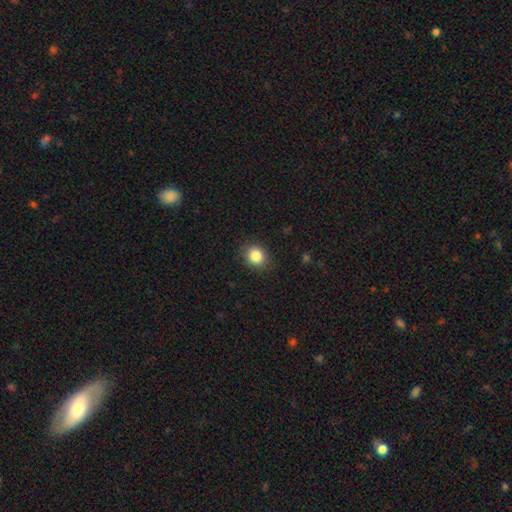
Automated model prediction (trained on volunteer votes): smooth_or_featured: smooth (p=0.85) [alt: star or artifact p=0.10]
how_rounded: round (p=0.73) [alt: in between p=0.26]
merging: none (p=0.87) [alt: minor disturbance p=0.10]